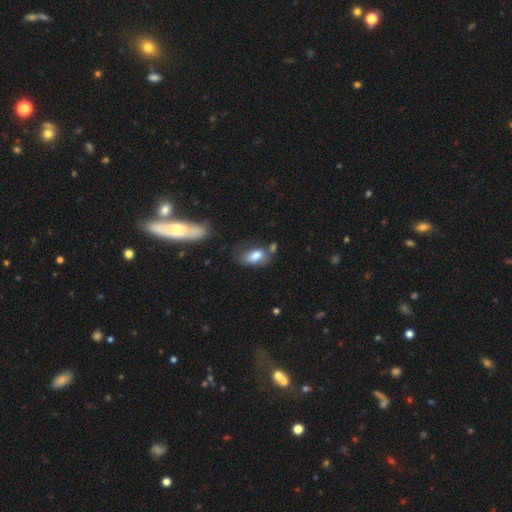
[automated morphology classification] Smooth or featured?
  - smooth: 76% *
  - featured or disk: 16%
  - star or artifact: 8%
How rounded?
  - in between: 88% *
  - round: 7%
  - cigar-shaped: 4%
Merging?
  - none: 44% *
  - minor disturbance: 29%
  - major disturbance: 14%
  - merger: 13%